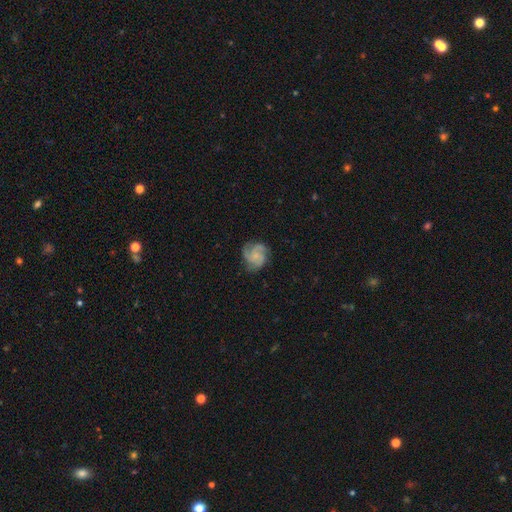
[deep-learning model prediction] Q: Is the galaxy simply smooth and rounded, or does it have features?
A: featured or disk — 72%.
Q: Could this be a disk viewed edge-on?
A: no — 98%.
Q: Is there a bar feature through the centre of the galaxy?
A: no — 77%.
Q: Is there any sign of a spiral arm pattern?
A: yes — 95%.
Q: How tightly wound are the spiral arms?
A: medium — 46%.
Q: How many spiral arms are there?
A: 3 — 58%.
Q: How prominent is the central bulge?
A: small — 50%.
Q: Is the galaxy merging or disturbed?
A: none — 73%.